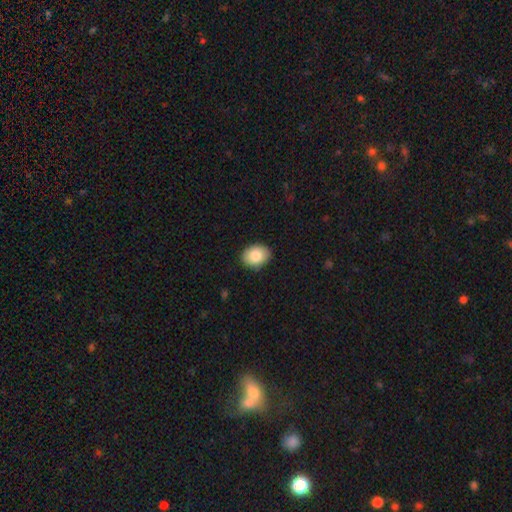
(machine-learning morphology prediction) smooth-or-featured: smooth: 83% | featured or disk: 10% | star or artifact: 7%
  how-rounded: in between: 65% | round: 34% | cigar-shaped: 1%
  merging: none: 89% | minor disturbance: 8% | major disturbance: 2% | merger: 1%